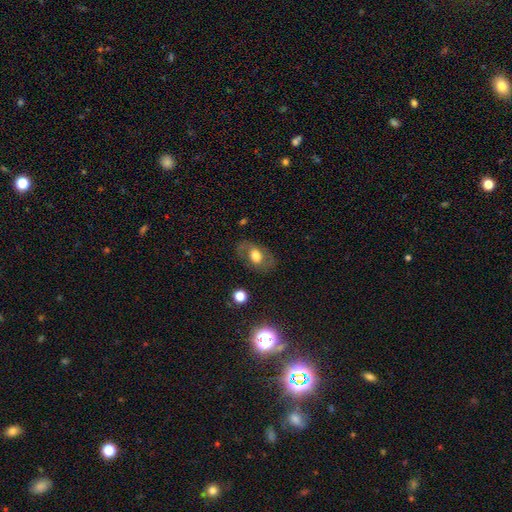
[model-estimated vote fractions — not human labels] Smooth or featured: smooth — 54% (featured or disk — 36%)
How rounded: in between — 80% (round — 18%)
Merging: none — 73% (minor disturbance — 16%)